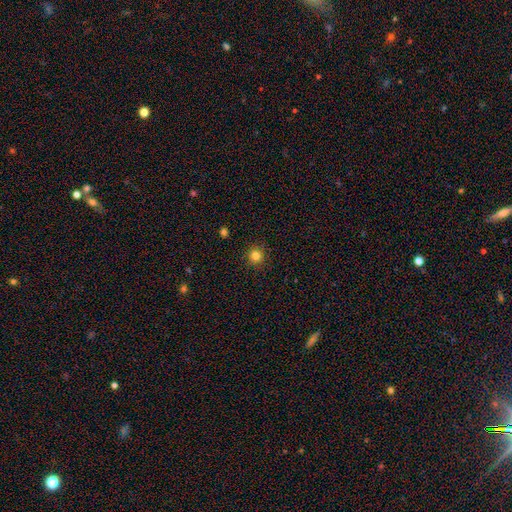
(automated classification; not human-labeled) Smooth or featured: smooth — 82% (star or artifact — 13%)
How rounded: round — 93% (in between — 6%)
Merging: none — 91% (minor disturbance — 6%)